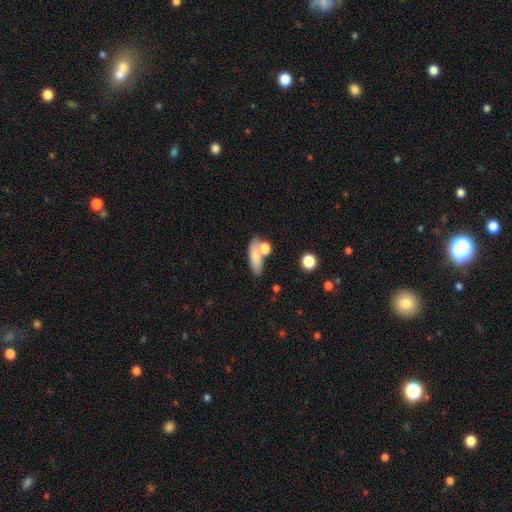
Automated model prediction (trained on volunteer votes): A smooth galaxy with no disk features (75%) that is in between round and cigar-shaped (62%). Merging: none (56%).